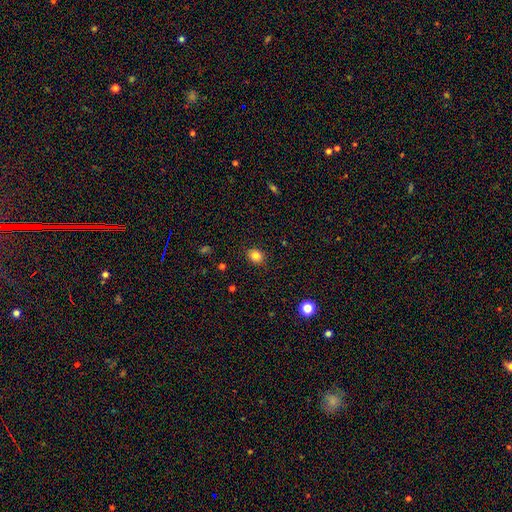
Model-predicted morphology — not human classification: The model was most divided on "how rounded": round: 61%, in between: 38%, cigar-shaped: 1%. More confident: merging — none (88%); smooth or featured — smooth (83%).